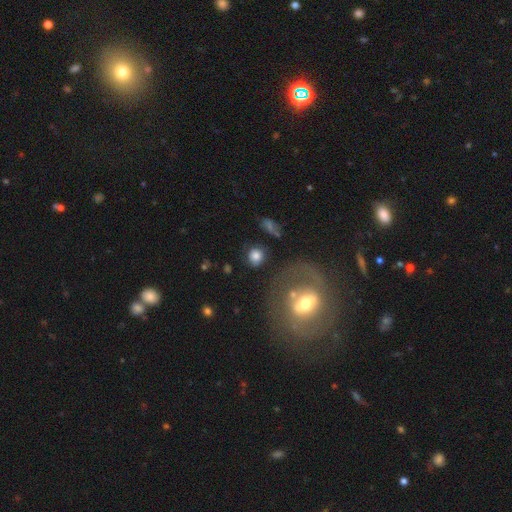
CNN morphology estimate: This appears to be a smooth galaxy with no disk features (77%) that is round (83%). Merging: none (77%).